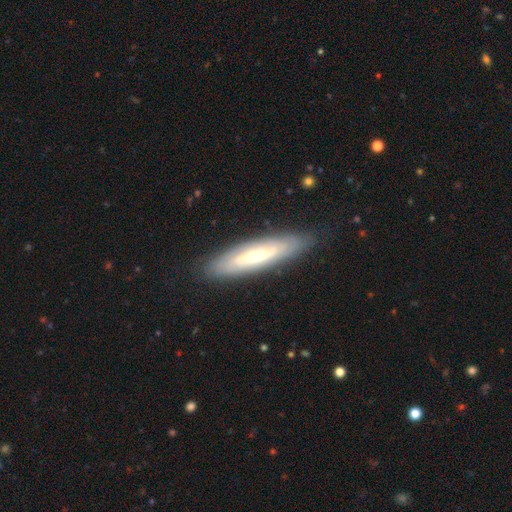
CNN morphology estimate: Smooth or featured?
  - featured or disk: 55% *
  - smooth: 39%
  - star or artifact: 6%
Edge-on disk?
  - yes: 58% *
  - no: 42%
Merging?
  - none: 85% *
  - minor disturbance: 11%
  - major disturbance: 3%
  - merger: 1%